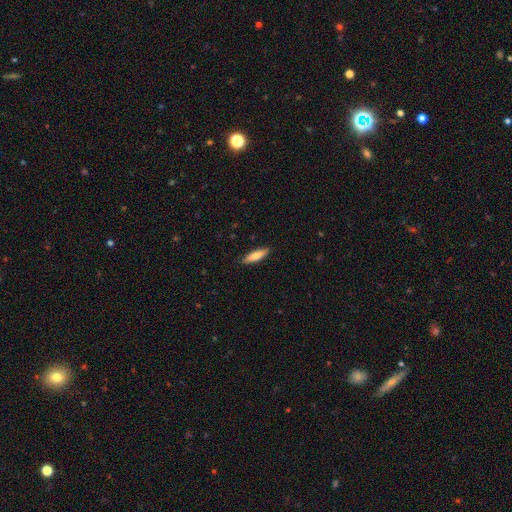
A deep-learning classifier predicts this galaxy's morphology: Smooth or featured: smooth — 79% (featured or disk — 15%)
How rounded: cigar-shaped — 69% (in between — 30%)
Merging: none — 89% (minor disturbance — 9%)